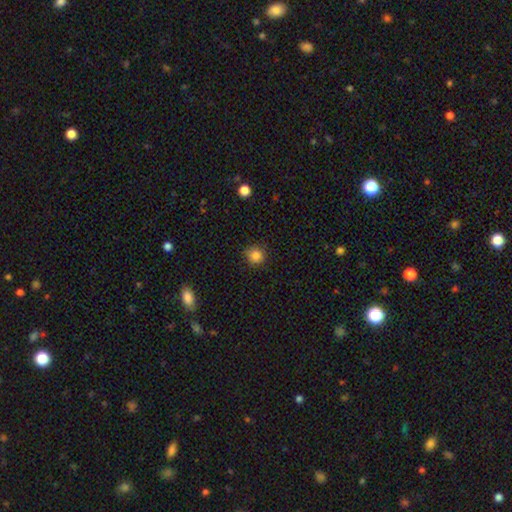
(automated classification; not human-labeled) The model was most divided on "smooth or featured": smooth: 84%, star or artifact: 11%, featured or disk: 4%. More confident: how rounded — round (92%); merging — none (85%).